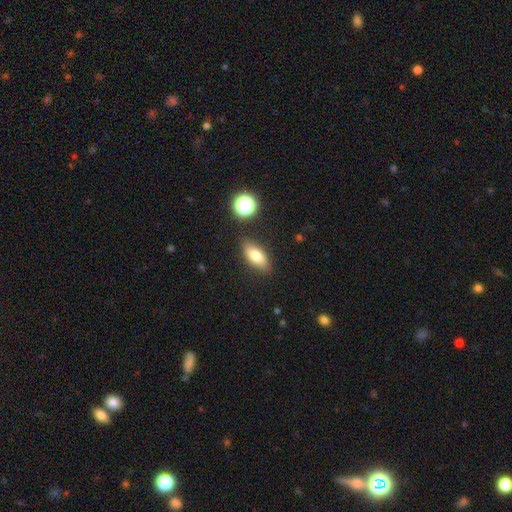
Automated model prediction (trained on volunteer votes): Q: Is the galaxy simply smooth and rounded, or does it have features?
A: smooth — 76%.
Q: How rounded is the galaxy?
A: in between — 81%.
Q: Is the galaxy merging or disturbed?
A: none — 81%.